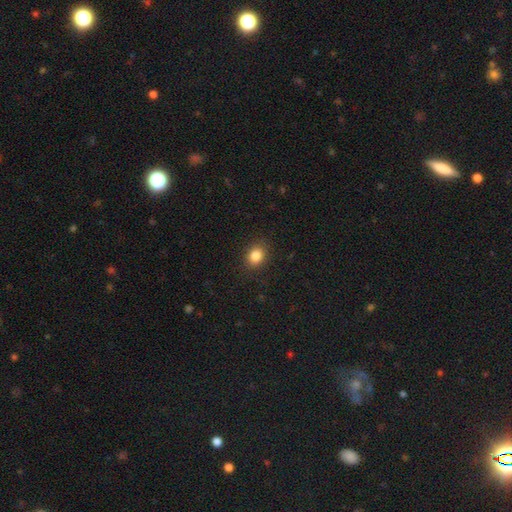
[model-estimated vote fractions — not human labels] This appears to be a smooth galaxy with no disk features (84%) that is round (52%). Merging: none (88%).